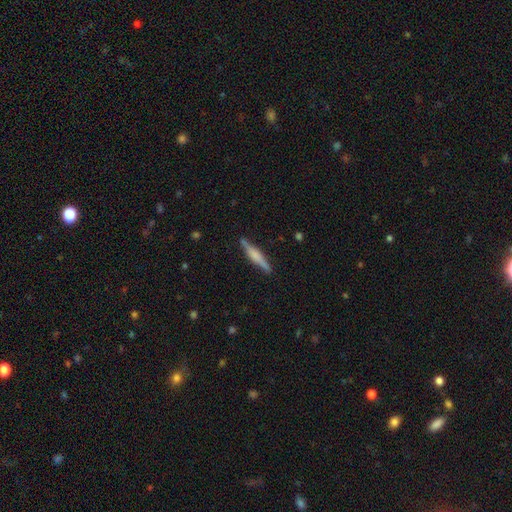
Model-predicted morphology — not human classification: A featured or disk galaxy (54%) viewed edge-on (97%) with a rounded central bulge (54%). Merging: none (86%).